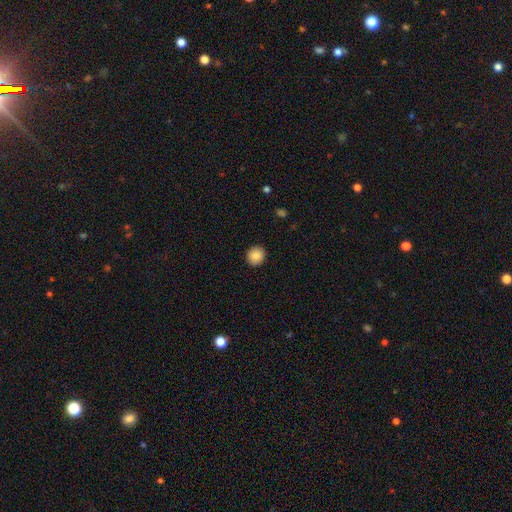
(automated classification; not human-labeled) Smooth or featured: smooth — 87% (star or artifact — 8%)
How rounded: round — 91% (in between — 8%)
Merging: none — 92% (minor disturbance — 5%)